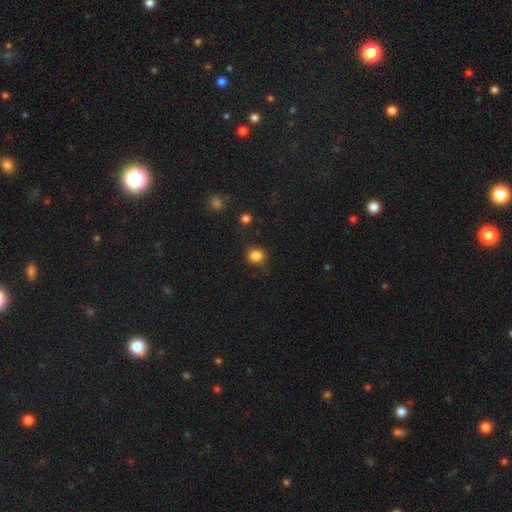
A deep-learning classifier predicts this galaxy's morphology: smooth_or_featured: smooth (p=0.85) [alt: star or artifact p=0.11]
how_rounded: round (p=0.80) [alt: in between p=0.19]
merging: none (p=0.81) [alt: minor disturbance p=0.14]